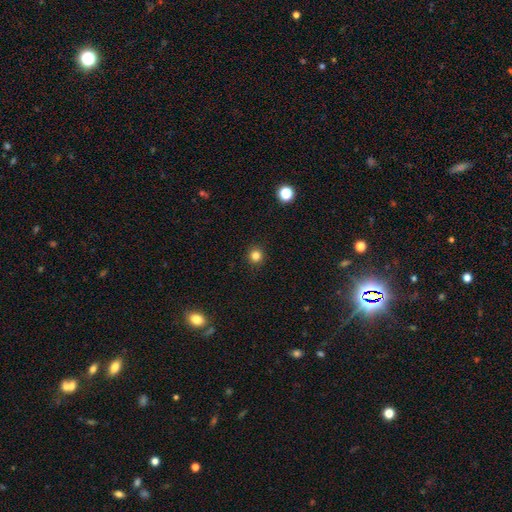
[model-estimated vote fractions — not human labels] Smooth or featured? smooth (82%)
How rounded? round (94%)
Merging? none (92%)